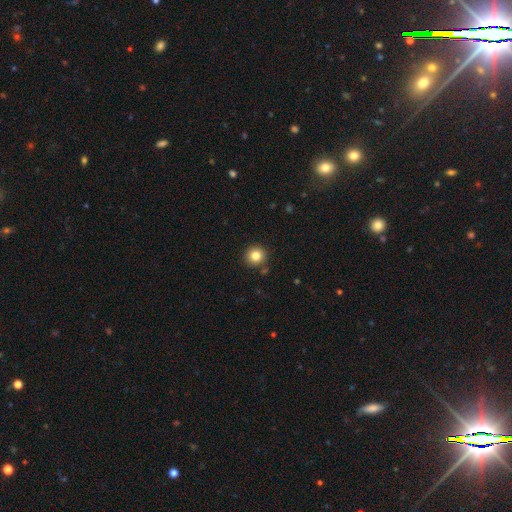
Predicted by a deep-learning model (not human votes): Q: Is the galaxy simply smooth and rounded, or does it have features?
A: smooth — 83%.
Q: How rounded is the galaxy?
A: round — 94%.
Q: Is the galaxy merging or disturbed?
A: none — 88%.